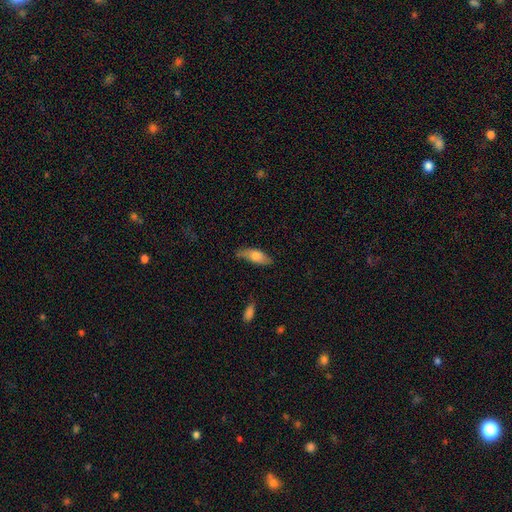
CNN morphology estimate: Smooth or featured: smooth — 72% (featured or disk — 21%)
How rounded: in between — 67% (cigar-shaped — 30%)
Merging: none — 67% (minor disturbance — 25%)